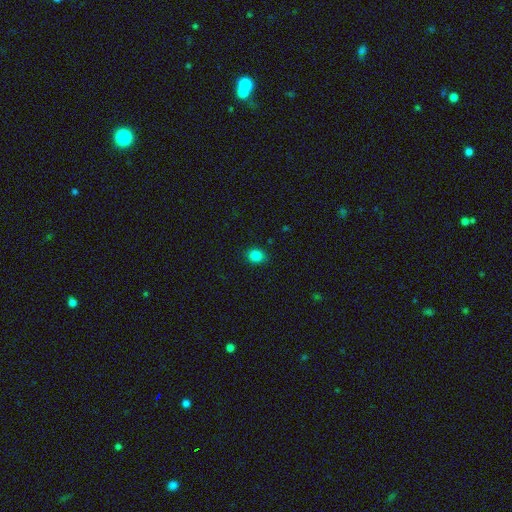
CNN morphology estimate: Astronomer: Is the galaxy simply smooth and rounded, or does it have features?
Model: smooth — 84%.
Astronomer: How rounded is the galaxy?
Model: round — 62% (runner-up: in between, 37%).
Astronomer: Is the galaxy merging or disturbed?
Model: none — 88%.